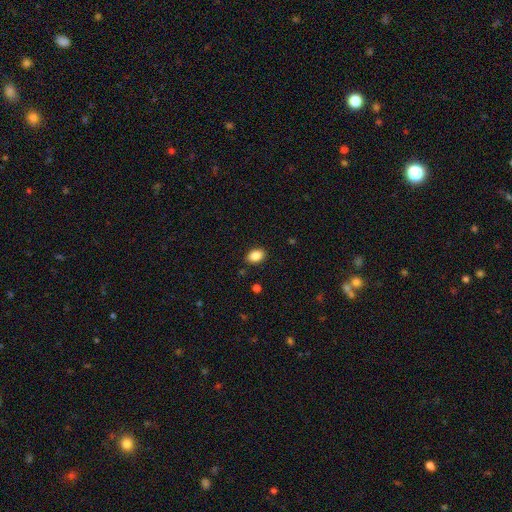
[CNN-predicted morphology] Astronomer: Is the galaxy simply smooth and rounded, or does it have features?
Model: smooth — 87%.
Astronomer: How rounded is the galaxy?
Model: in between — 81%.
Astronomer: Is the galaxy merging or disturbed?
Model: none — 88%.